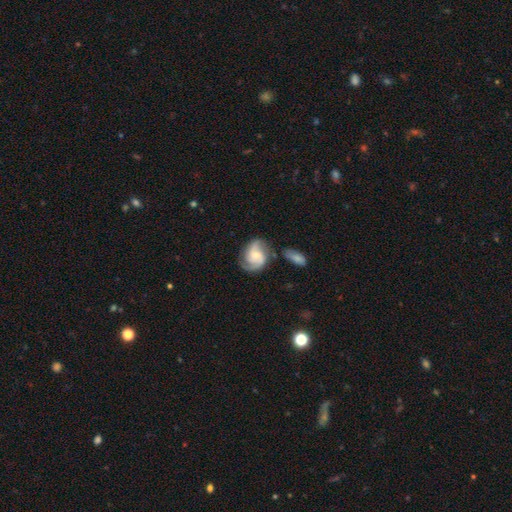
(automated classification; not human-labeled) The model was most divided on "bulge size": small: 50%, moderate: 42%, none: 4%, large: 3%, dominant: 1%. Remaining: edge-on disk — no (98%); spiral arms — yes (96%); smooth or featured — featured or disk (81%); spiral arm count — 2 (78%); merging — none (63%); bar — no (56%); spiral winding — medium (50%).